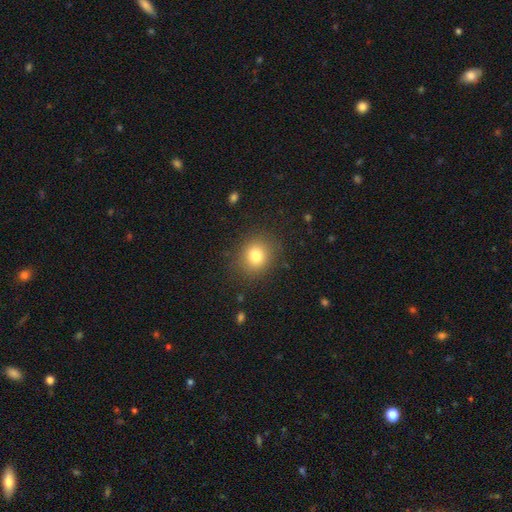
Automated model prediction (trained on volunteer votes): Q: Smooth or featured?
A: smooth (80%); runner-up: star or artifact (12%)
Q: How rounded?
A: round (75%); runner-up: in between (24%)
Q: Merging?
A: none (85%); runner-up: minor disturbance (10%)